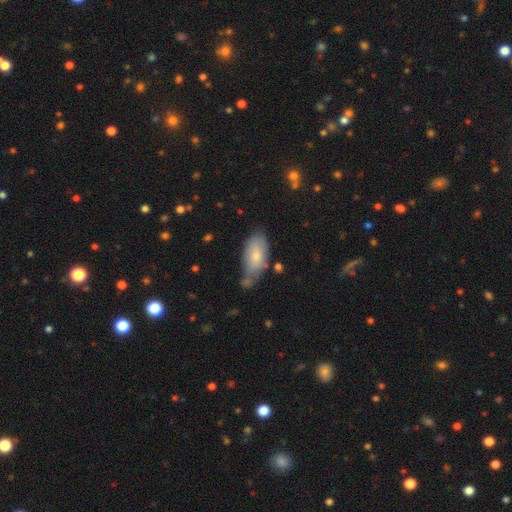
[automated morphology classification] Smooth or featured? smooth (74%)
How rounded? in between (90%)
Merging? none (48%)